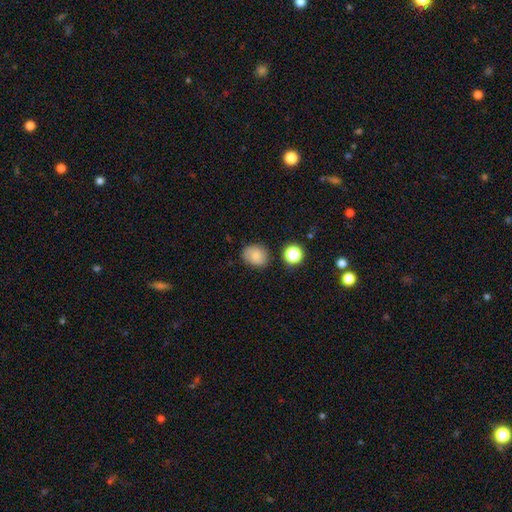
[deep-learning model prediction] smooth-or-featured: smooth: 72% | featured or disk: 16% | star or artifact: 12%
  how-rounded: round: 65% | in between: 34% | cigar-shaped: 1%
  merging: none: 75% | minor disturbance: 17% | major disturbance: 4% | merger: 3%